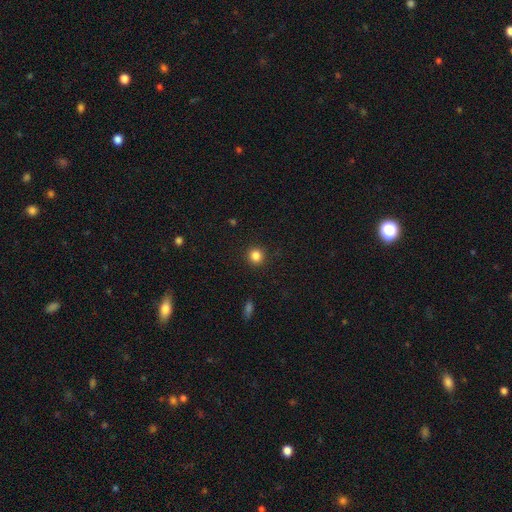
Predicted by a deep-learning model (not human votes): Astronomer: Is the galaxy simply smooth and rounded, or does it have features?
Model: smooth — 84%.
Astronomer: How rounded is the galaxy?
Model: round — 93%.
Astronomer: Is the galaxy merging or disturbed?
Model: none — 92%.